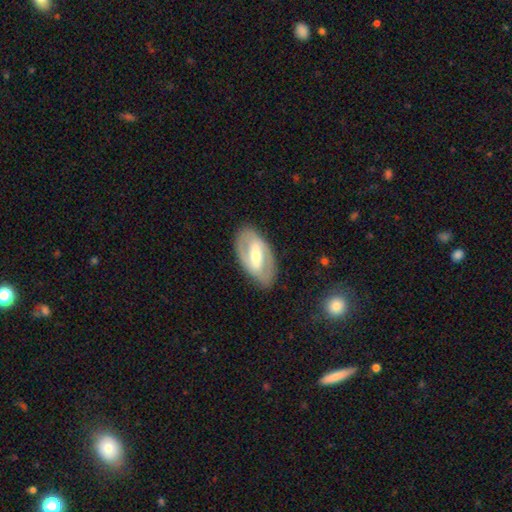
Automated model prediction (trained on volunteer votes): Smooth or featured?
  - featured or disk: 74% *
  - smooth: 22%
  - star or artifact: 5%
Edge-on disk?
  - no: 92% *
  - yes: 8%
Bar?
  - strong: 57% *
  - weak: 30%
  - no: 13%
Spiral arms?
  - yes: 63% *
  - no: 37%
Bulge size?
  - moderate: 59% *
  - small: 34%
  - large: 5%
  - none: 1%
  - dominant: 1%
Merging?
  - none: 83% *
  - minor disturbance: 12%
  - major disturbance: 4%
  - merger: 1%